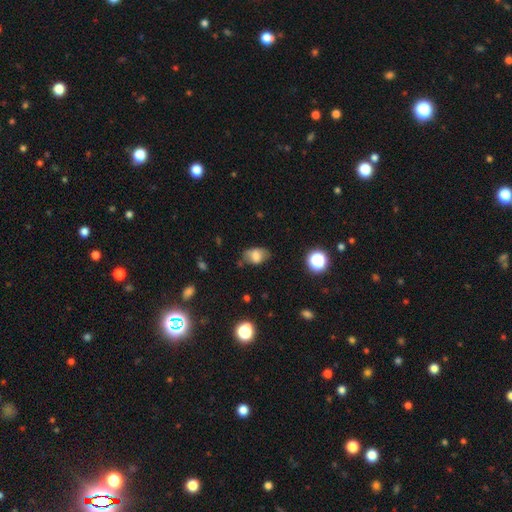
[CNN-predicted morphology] A smooth galaxy with no disk features (70%) that is in between round and cigar-shaped (83%).

Vote fractions:
- Smooth or featured? smooth: 70% / featured or disk: 19% / star or artifact: 12%
- How rounded? in between: 83% / round: 15% / cigar-shaped: 2%
- Merging? none: 61% / minor disturbance: 26% / major disturbance: 10% / merger: 3%